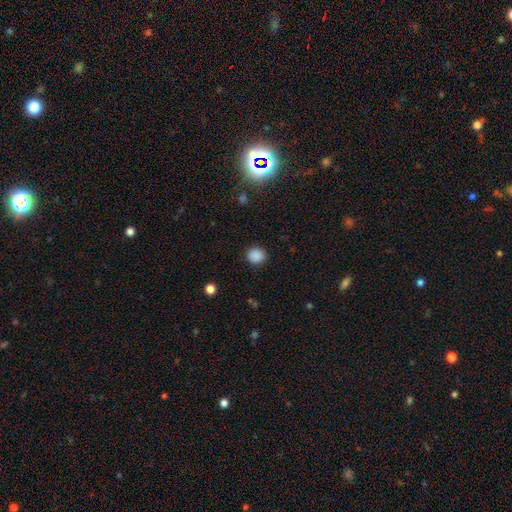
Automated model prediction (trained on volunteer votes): This appears to be a smooth galaxy with no disk features (87%) that is round (81%). Merging: none (88%).